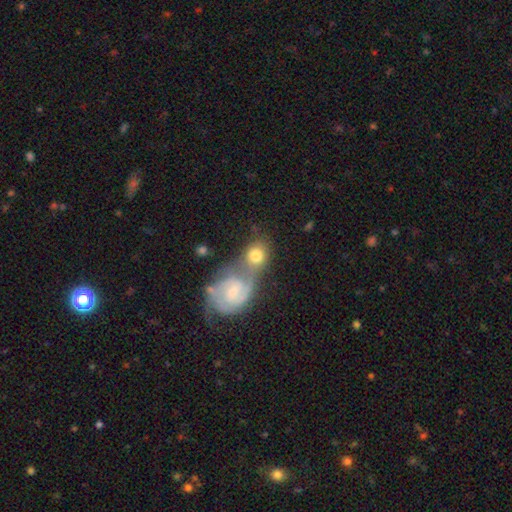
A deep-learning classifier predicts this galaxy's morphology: A smooth galaxy with no disk features (56%) that is round (61%).

Vote fractions:
- Smooth or featured? smooth: 56% / featured or disk: 36% / star or artifact: 8%
- How rounded? round: 61% / in between: 37% / cigar-shaped: 2%
- Merging? merger: 53% / none: 30% / minor disturbance: 10% / major disturbance: 7%